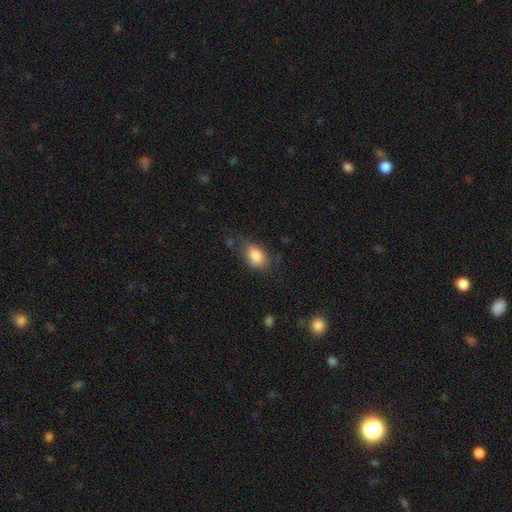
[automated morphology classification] This is clearly a smooth galaxy (84%). How rounded: clearly in between (84%). Merging: possibly none (52%).